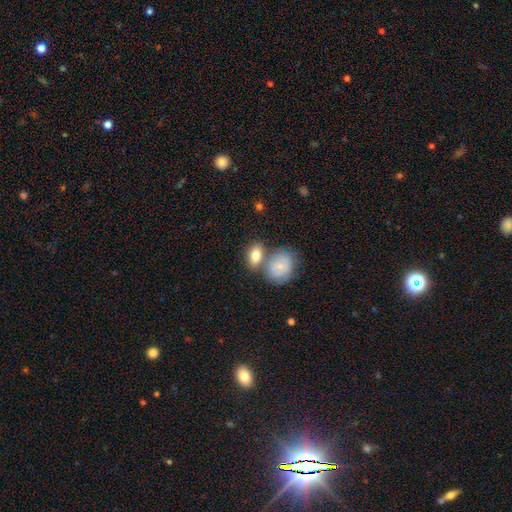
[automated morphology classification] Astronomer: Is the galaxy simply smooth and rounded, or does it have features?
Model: smooth — 77%.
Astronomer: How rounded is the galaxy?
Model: in between — 79%.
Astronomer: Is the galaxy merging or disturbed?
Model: none — 50% (runner-up: merger, 34%).